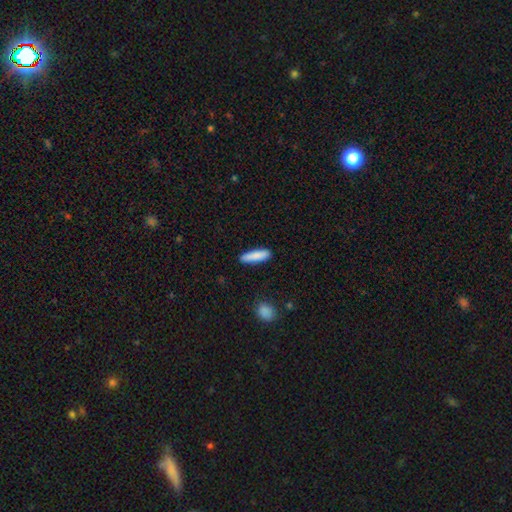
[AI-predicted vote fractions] Smooth or featured: smooth — 86% (featured or disk — 8%)
How rounded: cigar-shaped — 71% (in between — 28%)
Merging: none — 88% (minor disturbance — 9%)